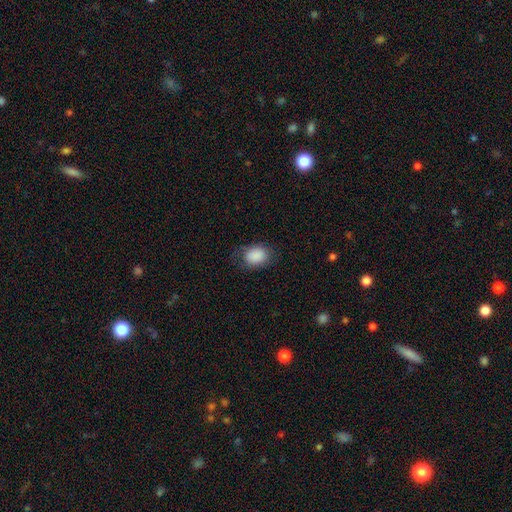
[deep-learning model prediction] This appears to be a smooth galaxy with no disk features (88%) that is in between round and cigar-shaped (68%). Merging: none (72%).